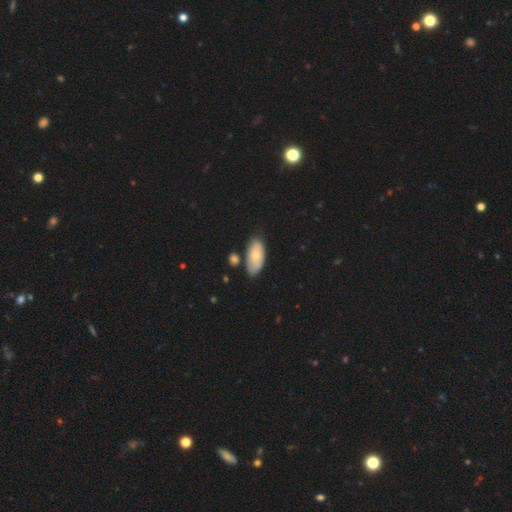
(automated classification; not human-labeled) Q: Smooth or featured?
A: smooth (69%); runner-up: featured or disk (25%)
Q: How rounded?
A: in between (91%); runner-up: cigar-shaped (6%)
Q: Merging?
A: none (69%); runner-up: minor disturbance (18%)